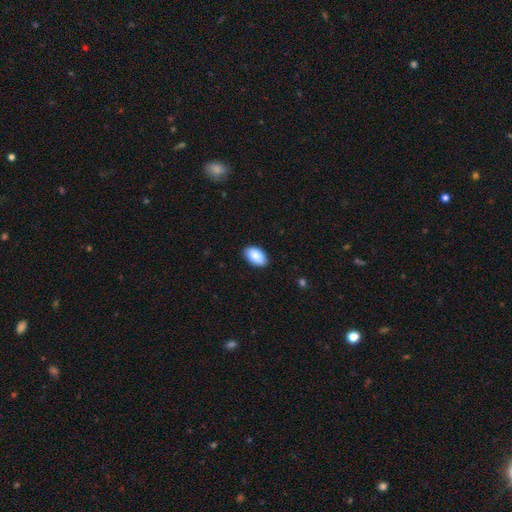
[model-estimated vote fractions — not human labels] Q: Smooth or featured?
A: smooth (89%); runner-up: star or artifact (6%)
Q: How rounded?
A: in between (94%); runner-up: round (4%)
Q: Merging?
A: none (88%); runner-up: minor disturbance (10%)